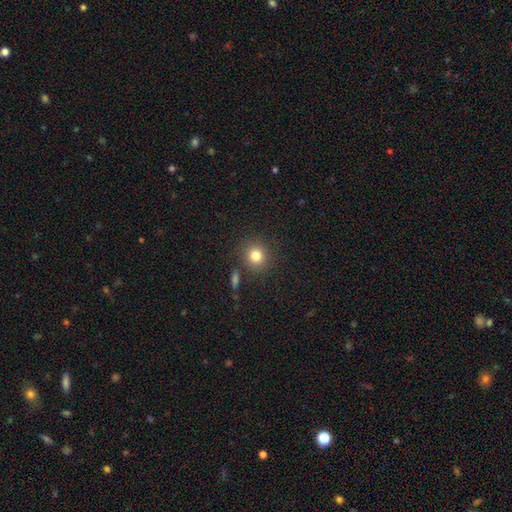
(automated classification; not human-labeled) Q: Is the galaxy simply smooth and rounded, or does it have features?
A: smooth — 82%.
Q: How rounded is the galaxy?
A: round — 88%.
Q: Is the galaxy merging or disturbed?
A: none — 84%.